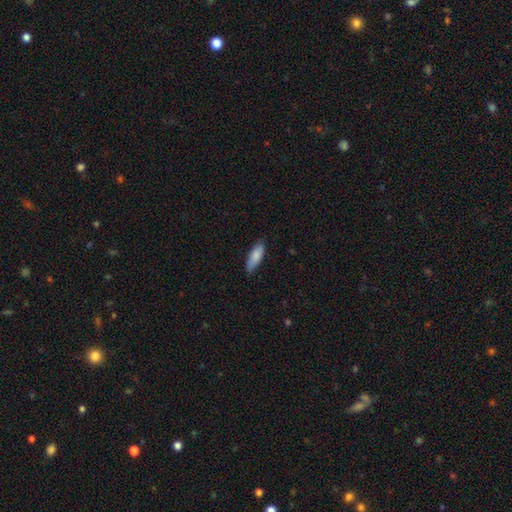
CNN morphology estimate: This appears to be a smooth galaxy with no disk features (84%) that is in between round and cigar-shaped (62%). Merging: none (80%).